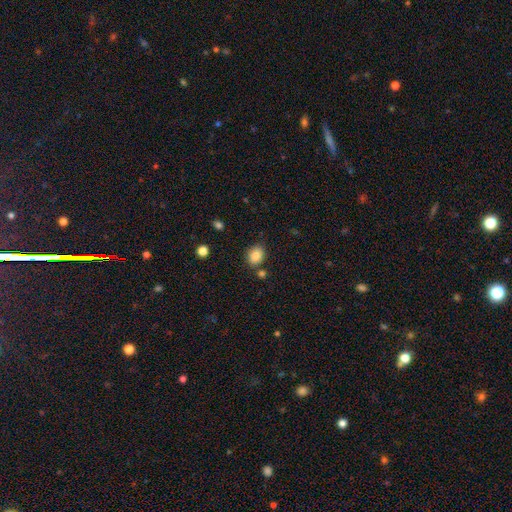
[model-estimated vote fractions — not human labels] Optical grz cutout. It shows a smooth galaxy with no disk features (86%) that is in between round and cigar-shaped (56%). Merging: none (77%).